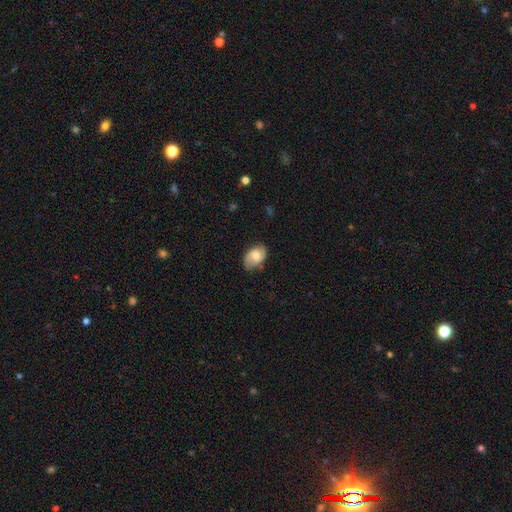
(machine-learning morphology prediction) type=smooth (65%); roundness=in between (86%); merging=none (69%).